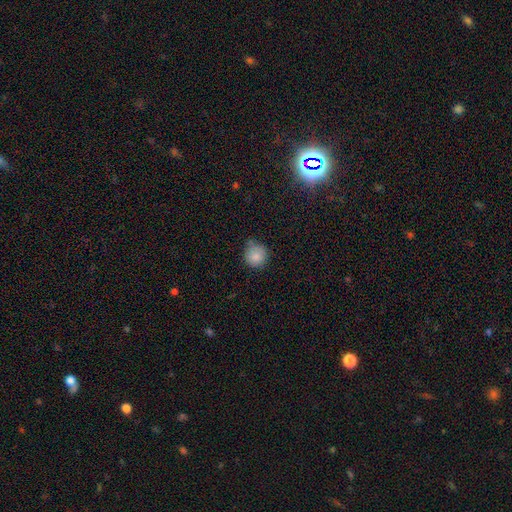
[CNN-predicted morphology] smooth 85%, star or artifact 9%, featured or disk 5%. Down the decision tree: how rounded — round (92%); merging — none (64%).